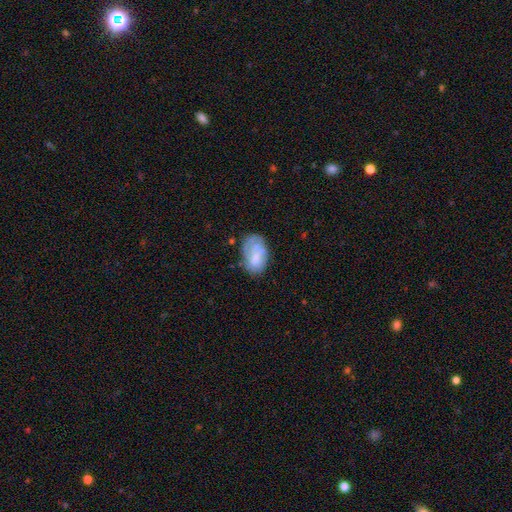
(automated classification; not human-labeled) Smooth or featured?
  - smooth: 56% *
  - featured or disk: 36%
  - star or artifact: 8%
How rounded?
  - in between: 87% *
  - round: 11%
  - cigar-shaped: 1%
Merging?
  - none: 56% *
  - minor disturbance: 29%
  - major disturbance: 12%
  - merger: 3%